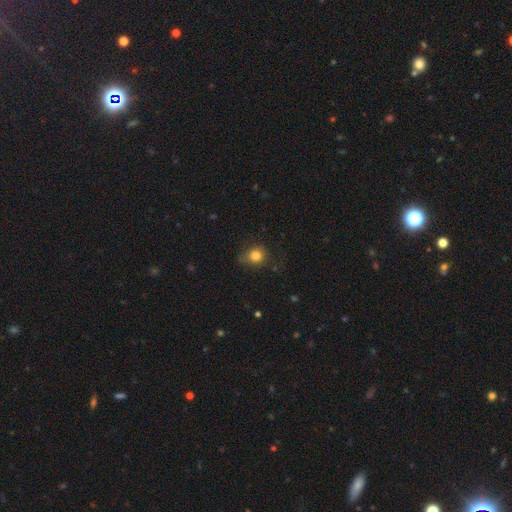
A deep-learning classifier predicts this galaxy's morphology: This is clearly a smooth galaxy (82%). How rounded: likely round (73%). Merging: likely none (68%).